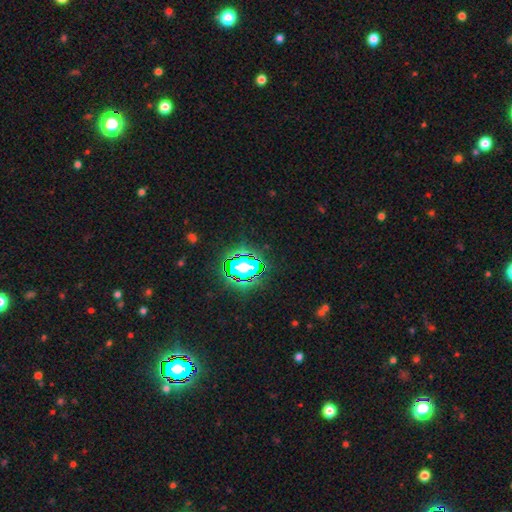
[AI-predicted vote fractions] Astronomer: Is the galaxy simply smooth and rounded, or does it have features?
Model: star or artifact — 78%.